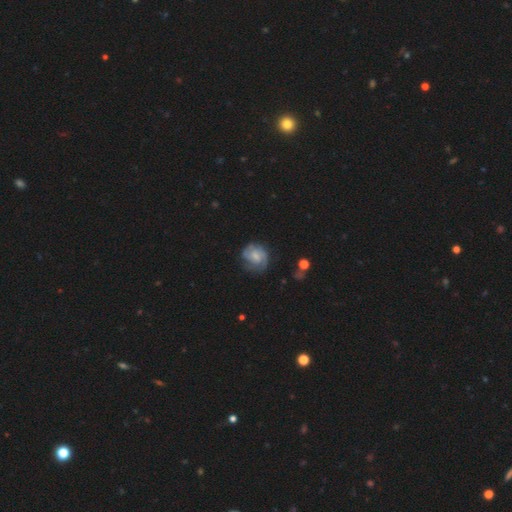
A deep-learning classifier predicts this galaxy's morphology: A featured or disk galaxy (68%) with no bar (51%), 2 (46%) tight (49%) spiral arms (91%) and a small central bulge (41%). Merging: none (68%).